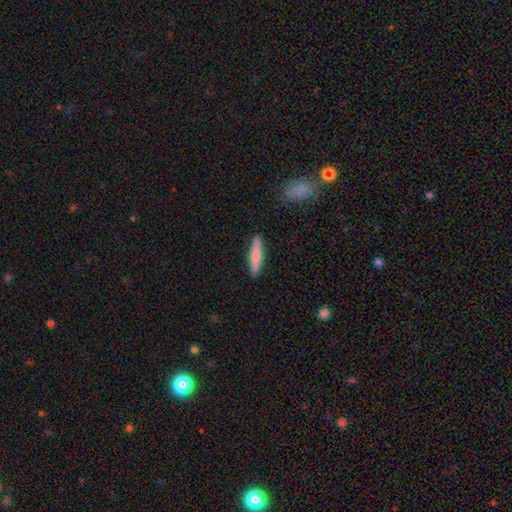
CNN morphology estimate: This is likely a smooth galaxy (70%). How rounded: clearly cigar-shaped (87%). Merging: clearly none (90%).